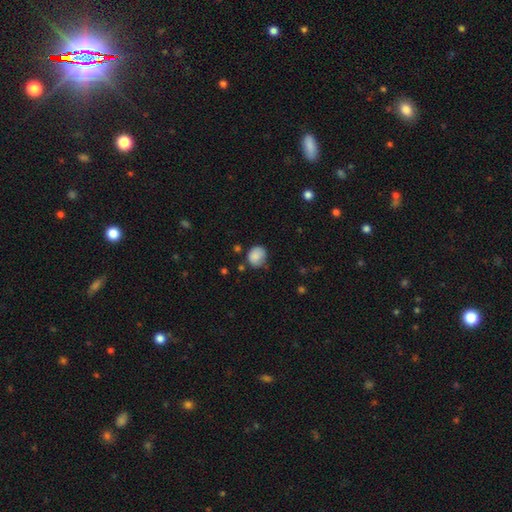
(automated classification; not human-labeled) A smooth galaxy with no disk features (84%) that is round (67%).

Vote fractions:
- Smooth or featured? smooth: 84% / star or artifact: 9% / featured or disk: 7%
- How rounded? round: 67% / in between: 33% / cigar-shaped: 1%
- Merging? none: 62% / minor disturbance: 28% / major disturbance: 6% / merger: 3%